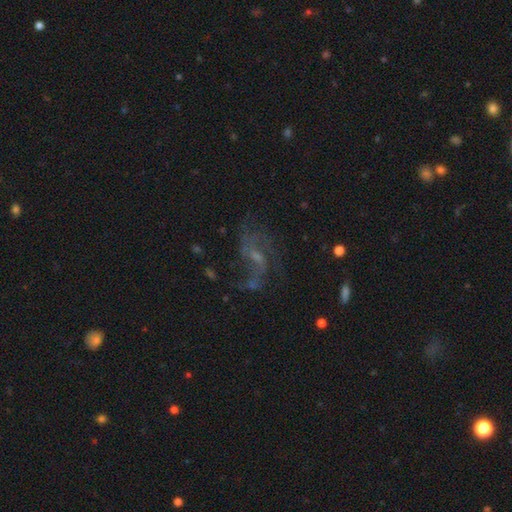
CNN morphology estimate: This is likely a featured or disk galaxy (68%). It is clearly not viewed edge-on (96%). Bar: possibly no (45%). Spiral arm pattern: clearly yes (80%). Spiral arm count: possibly 2 (56%). Spiral winding: likely loose (67%). Central bulge: possibly small (52%). Merging: possibly none (53%).